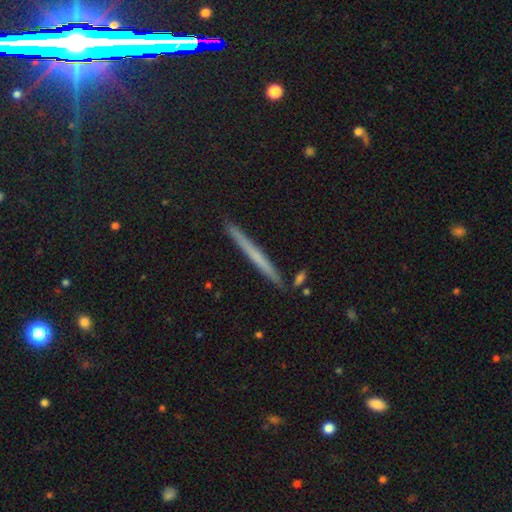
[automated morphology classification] A smooth galaxy with no disk features (47%). Merging: none (91%).